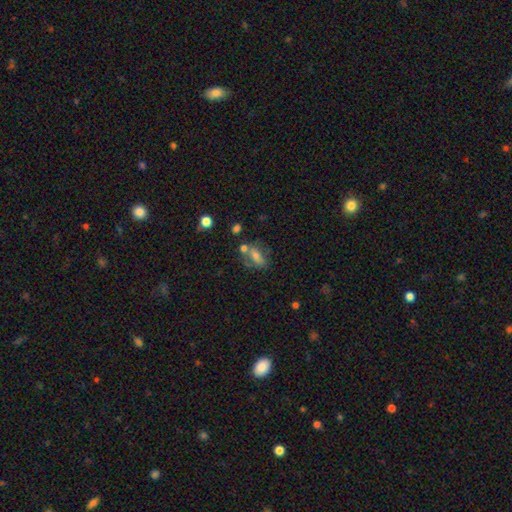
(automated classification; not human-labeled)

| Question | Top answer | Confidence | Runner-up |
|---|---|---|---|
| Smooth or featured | smooth | 58% | featured or disk (30%) |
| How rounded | in between | 73% | cigar-shaped (14%) |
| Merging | none | 50% | merger (22%) |